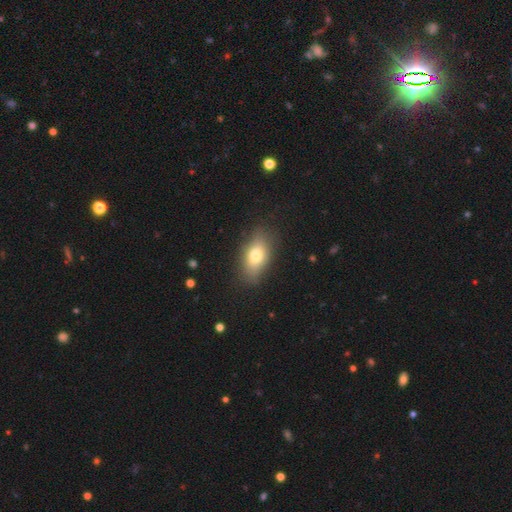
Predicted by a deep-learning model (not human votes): This is likely a smooth galaxy (73%). How rounded: clearly in between (84%). Merging: clearly none (82%).